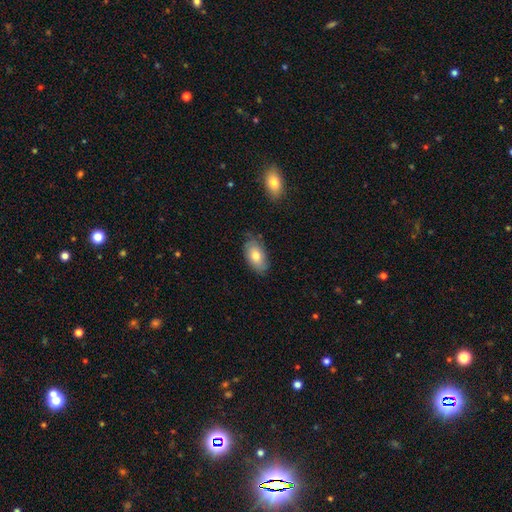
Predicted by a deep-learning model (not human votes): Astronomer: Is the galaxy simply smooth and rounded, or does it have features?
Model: smooth — 74%.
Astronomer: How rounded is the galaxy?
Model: in between — 93%.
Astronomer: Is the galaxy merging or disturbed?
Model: none — 76%.